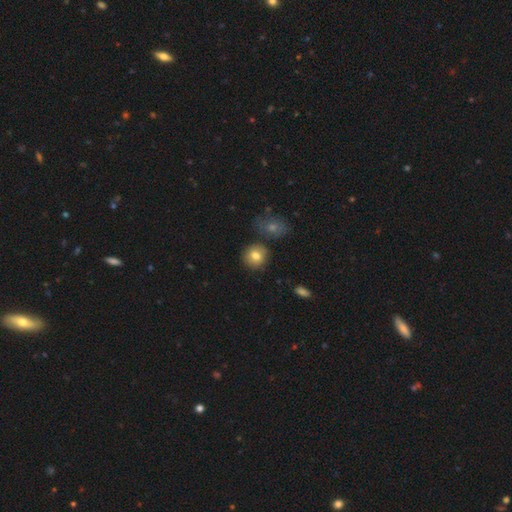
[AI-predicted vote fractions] Morphology: type=smooth (80%); roundness=round (85%); merging=none (78%).